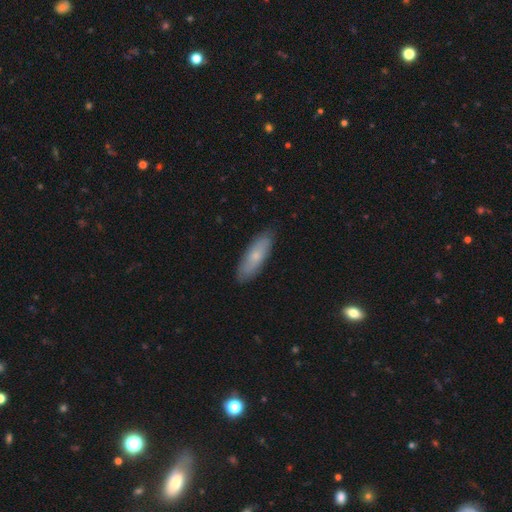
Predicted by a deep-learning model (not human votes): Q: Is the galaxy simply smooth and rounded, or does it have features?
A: smooth — 65%.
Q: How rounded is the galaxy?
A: in between — 54%.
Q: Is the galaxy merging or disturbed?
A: none — 86%.